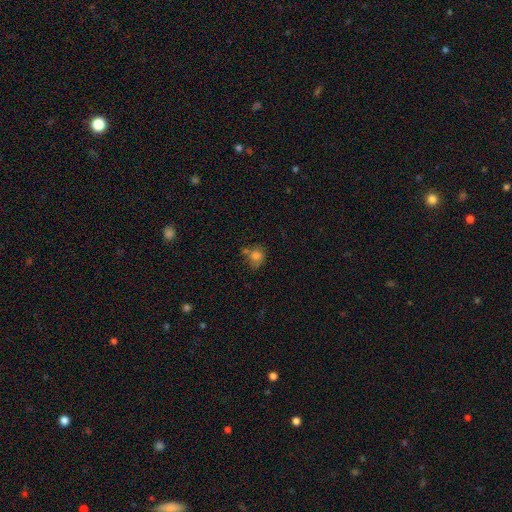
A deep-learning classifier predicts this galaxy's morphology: type=smooth (79%); roundness=round (70%); merging=none (50%).